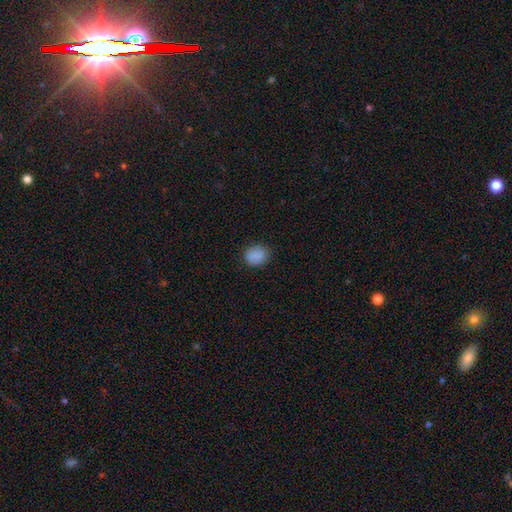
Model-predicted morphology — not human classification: A smooth galaxy with no disk features (85%) that is round (69%).

Vote fractions:
- Smooth or featured? smooth: 85% / star or artifact: 9% / featured or disk: 6%
- How rounded? round: 69% / in between: 30% / cigar-shaped: 1%
- Merging? none: 86% / minor disturbance: 10% / major disturbance: 3% / merger: 1%